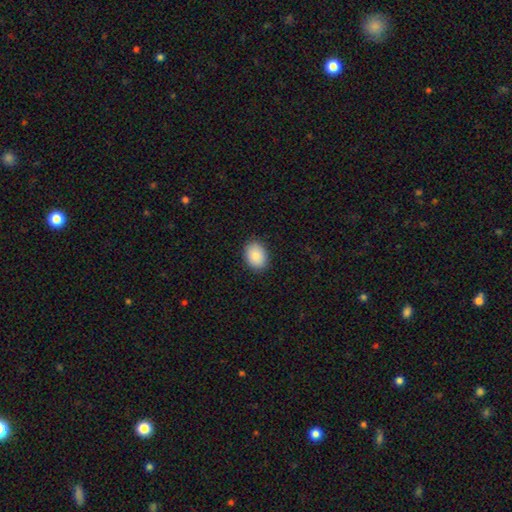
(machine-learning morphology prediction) A smooth galaxy with no disk features (86%) that is in between round and cigar-shaped (71%). Merging: none (90%).